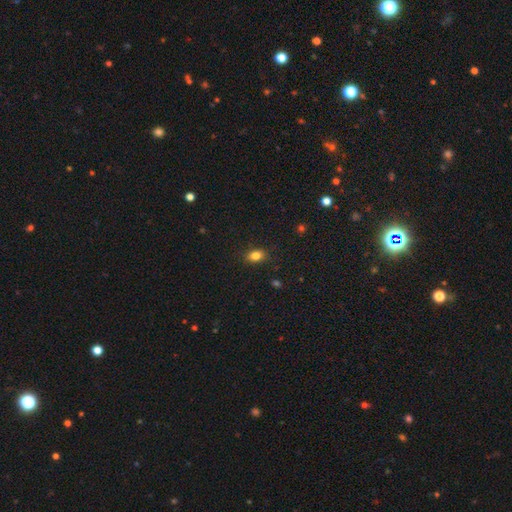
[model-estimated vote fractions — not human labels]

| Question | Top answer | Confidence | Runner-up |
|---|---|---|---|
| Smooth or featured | smooth | 83% | star or artifact (10%) |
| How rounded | in between | 80% | round (18%) |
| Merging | none | 87% | minor disturbance (10%) |